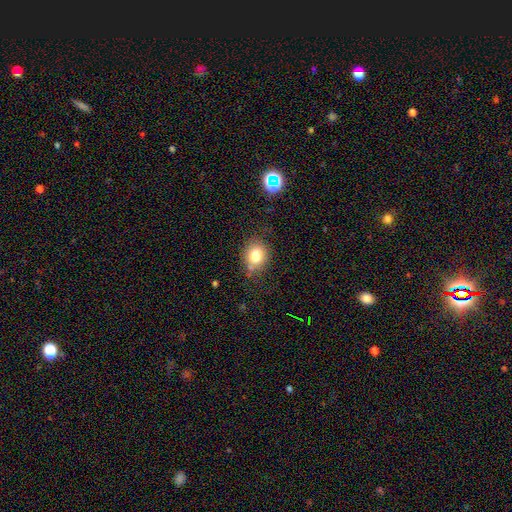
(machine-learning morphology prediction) smooth_or_featured: smooth (p=0.79) [alt: star or artifact p=0.12]
how_rounded: round (p=0.63) [alt: in between p=0.36]
merging: none (p=0.73) [alt: minor disturbance p=0.18]